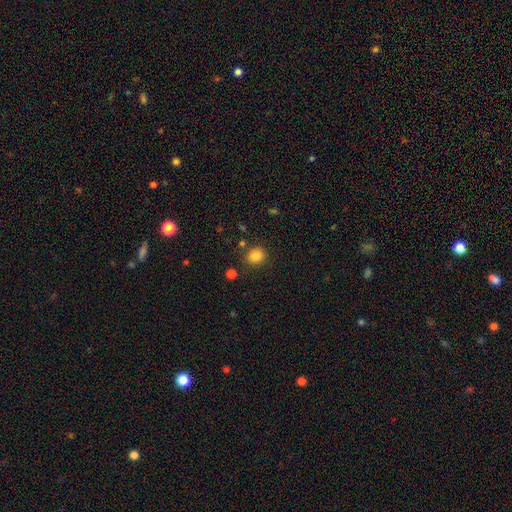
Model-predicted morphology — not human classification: Smooth or featured: smooth — 84% (star or artifact — 11%)
How rounded: round — 80% (in between — 19%)
Merging: none — 84% (minor disturbance — 9%)